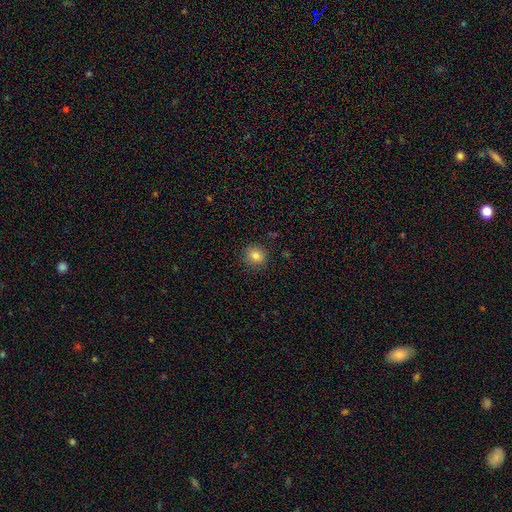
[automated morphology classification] This appears to be a smooth galaxy with no disk features (83%) that is round (77%). Merging: none (87%).